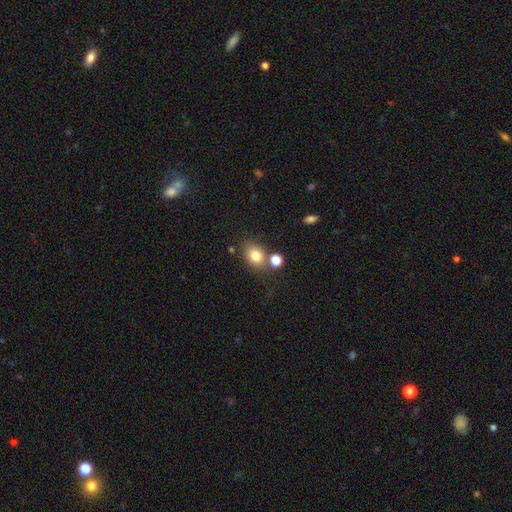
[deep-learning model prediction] A smooth galaxy with no disk features (80%) that is in between round and cigar-shaped (51%).

Vote fractions:
- Smooth or featured? smooth: 80% / star or artifact: 11% / featured or disk: 8%
- How rounded? in between: 51% / round: 48% / cigar-shaped: 1%
- Merging? none: 67% / merger: 16% / minor disturbance: 13% / major disturbance: 4%